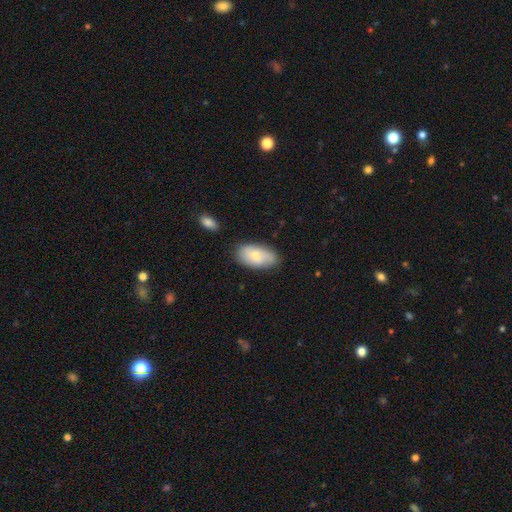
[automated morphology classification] smooth-or-featured: smooth: 75% | featured or disk: 19% | star or artifact: 6%
  how-rounded: in between: 94% | round: 3% | cigar-shaped: 2%
  merging: none: 78% | minor disturbance: 16% | major disturbance: 3% | merger: 3%